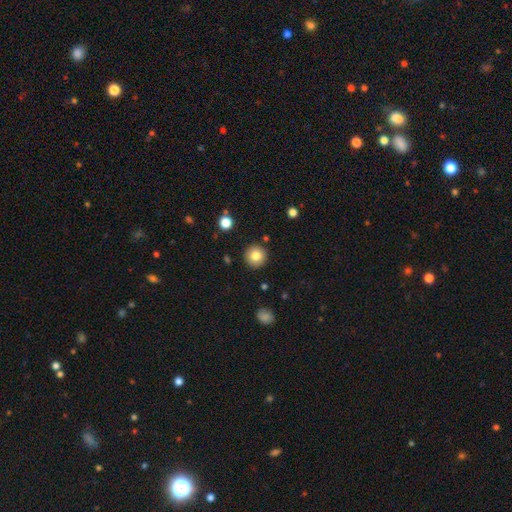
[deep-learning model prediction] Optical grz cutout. It shows a smooth galaxy with no disk features (82%) that is round (95%). Merging: none (91%).